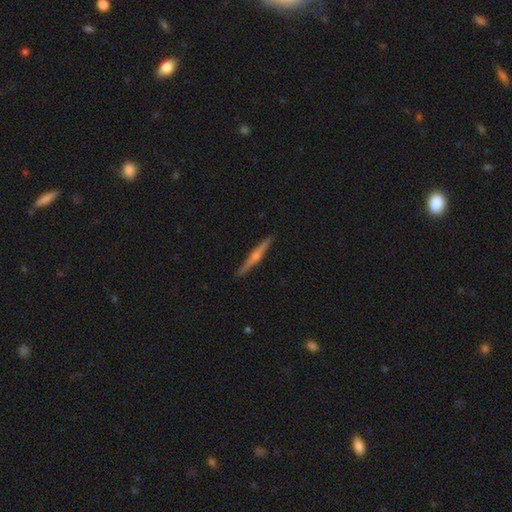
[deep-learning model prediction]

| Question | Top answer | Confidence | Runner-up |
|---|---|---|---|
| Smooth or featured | featured or disk | 70% | smooth (23%) |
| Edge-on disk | yes | 98% | no (2%) |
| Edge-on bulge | rounded | 81% | none (13%) |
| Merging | none | 92% | minor disturbance (6%) |